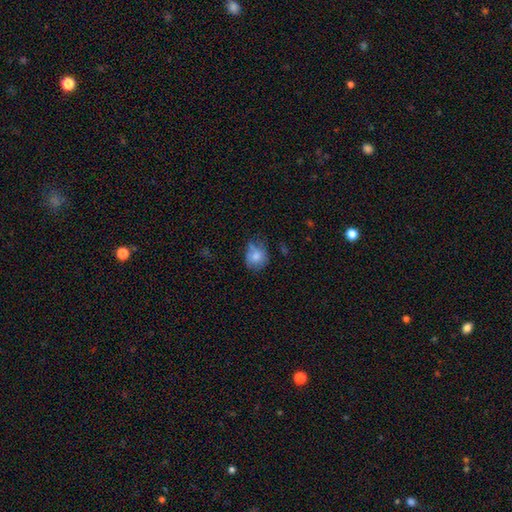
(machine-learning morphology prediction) Smooth or featured? smooth (73%)
How rounded? round (64%)
Merging? none (50%)